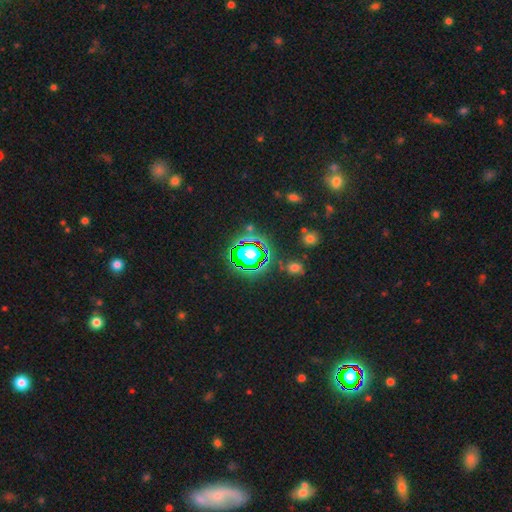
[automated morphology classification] Smooth or featured?
  - star or artifact: 78% *
  - smooth: 13%
  - featured or disk: 9%